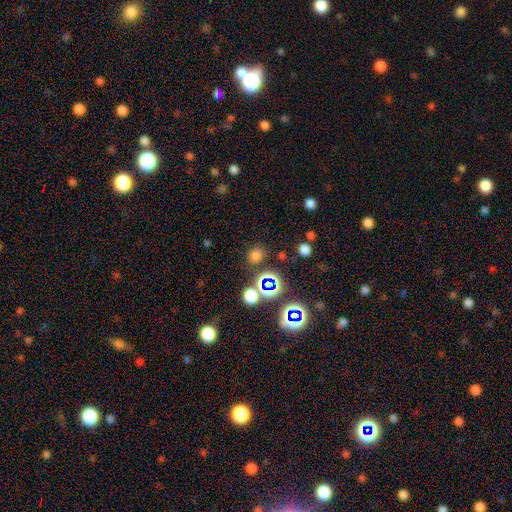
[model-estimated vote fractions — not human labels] The model was most divided on "smooth or featured": smooth: 62%, star or artifact: 32%, featured or disk: 6%. More confident: merging — none (80%); how rounded — round (75%).